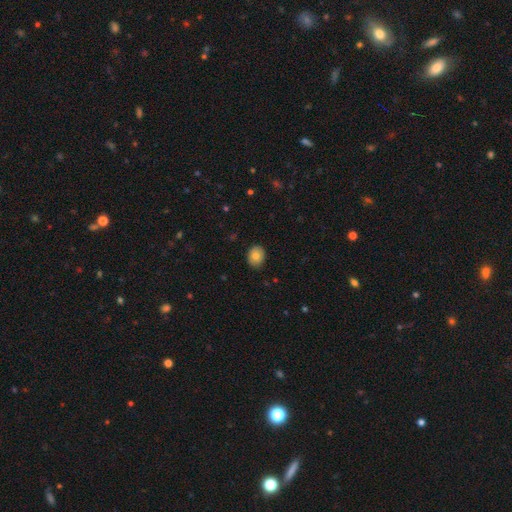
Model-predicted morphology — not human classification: Smooth or featured?
  - smooth: 76% *
  - featured or disk: 16%
  - star or artifact: 8%
How rounded?
  - round: 54% *
  - in between: 45%
  - cigar-shaped: 1%
Merging?
  - none: 88% *
  - minor disturbance: 9%
  - major disturbance: 2%
  - merger: 1%